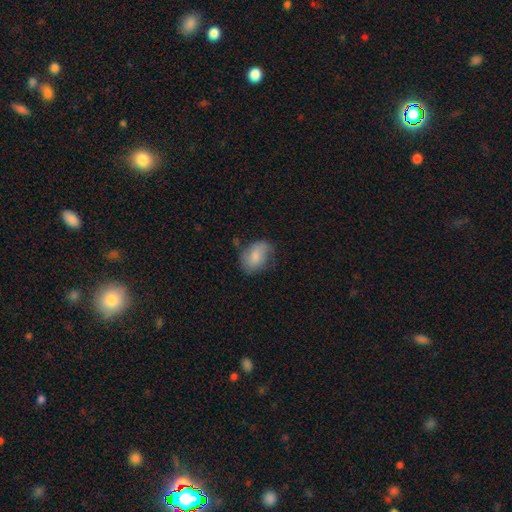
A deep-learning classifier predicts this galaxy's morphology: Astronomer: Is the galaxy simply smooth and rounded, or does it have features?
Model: smooth — 73%.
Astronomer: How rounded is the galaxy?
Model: in between — 76%.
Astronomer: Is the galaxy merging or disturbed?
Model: none — 57%.